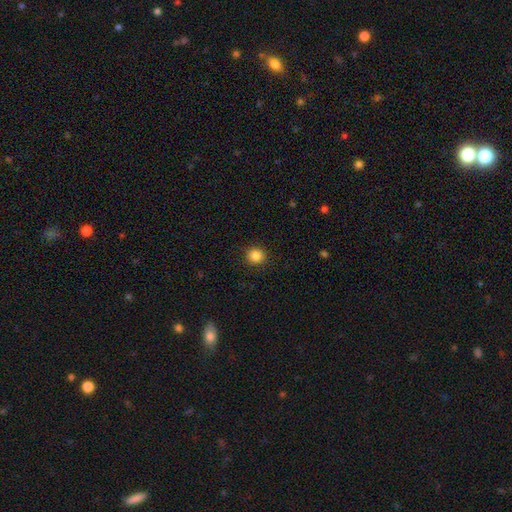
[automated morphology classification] Smooth or featured: smooth — 85% (star or artifact — 11%)
How rounded: round — 91% (in between — 8%)
Merging: none — 91% (minor disturbance — 6%)